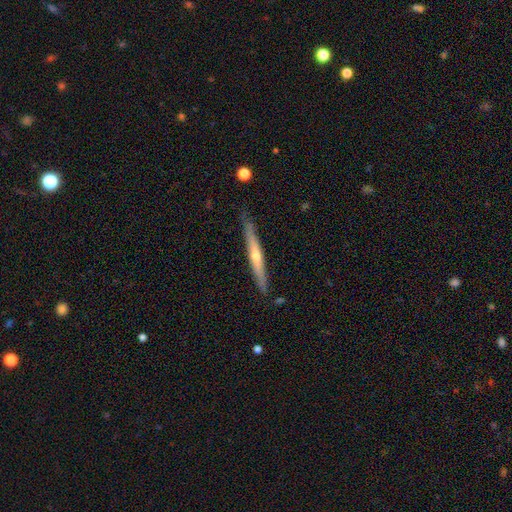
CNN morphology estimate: Overall: featured or disk (64%; smooth 31%). Edge-on disk: yes (96%). Edge-on bulge: rounded (72%). Merging: none (84%).